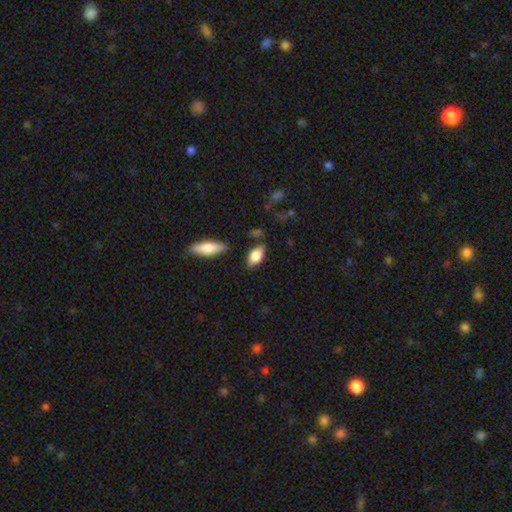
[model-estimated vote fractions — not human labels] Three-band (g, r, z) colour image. It shows a smooth galaxy with no disk features (80%) that is in between round and cigar-shaped (88%). Merging: none (78%).